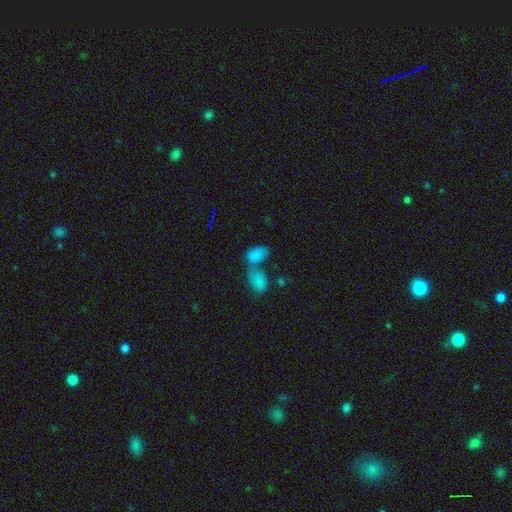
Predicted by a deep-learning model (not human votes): Q: Smooth or featured?
A: smooth (80%); runner-up: star or artifact (12%)
Q: How rounded?
A: in between (92%); runner-up: round (6%)
Q: Merging?
A: merger (54%); runner-up: none (30%)